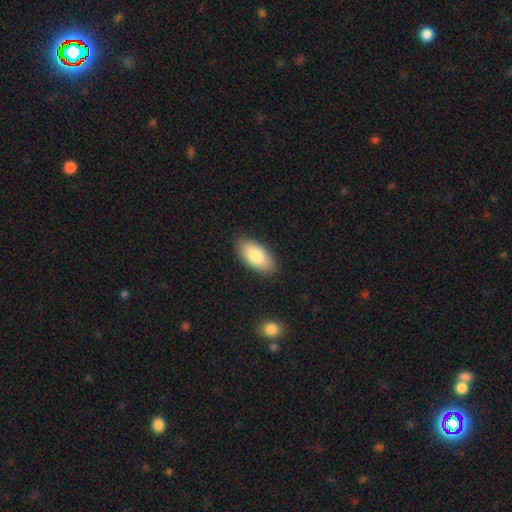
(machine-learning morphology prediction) Smooth or featured? Predicted: smooth (p=0.83). How rounded? Predicted: in between (p=0.93). Merging? Predicted: none (p=0.87).